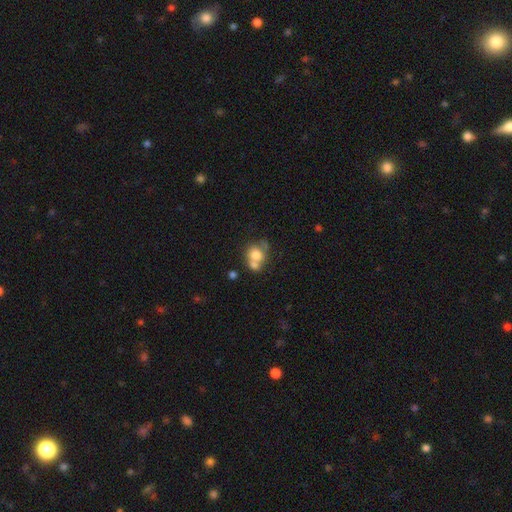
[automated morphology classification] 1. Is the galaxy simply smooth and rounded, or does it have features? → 71% smooth, 19% featured or disk, 10% star or artifact.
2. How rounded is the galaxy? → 68% round, 31% in between, 1% cigar-shaped.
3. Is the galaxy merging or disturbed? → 46% merger, 34% none, 12% minor disturbance, 8% major disturbance.